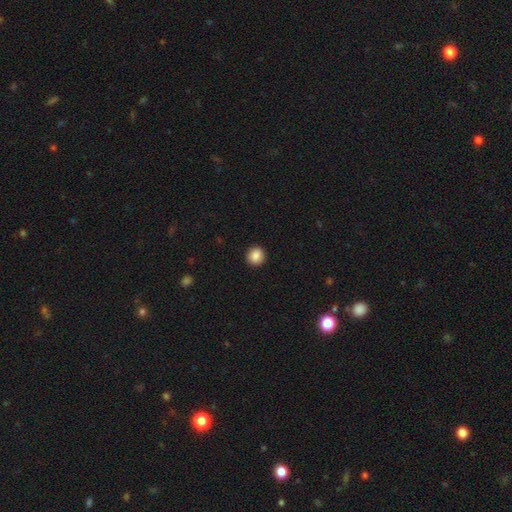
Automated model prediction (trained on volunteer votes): Overall: smooth (88%). How rounded: round (87%). Merging: none (92%).